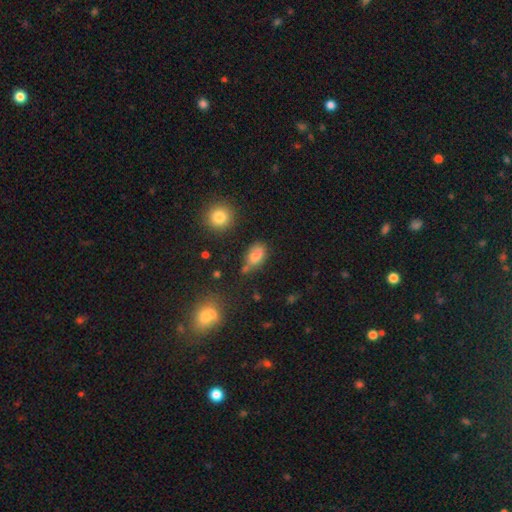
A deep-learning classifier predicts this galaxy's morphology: A smooth galaxy with no disk features (80%) that is in between round and cigar-shaped (86%). Merging: none (60%).